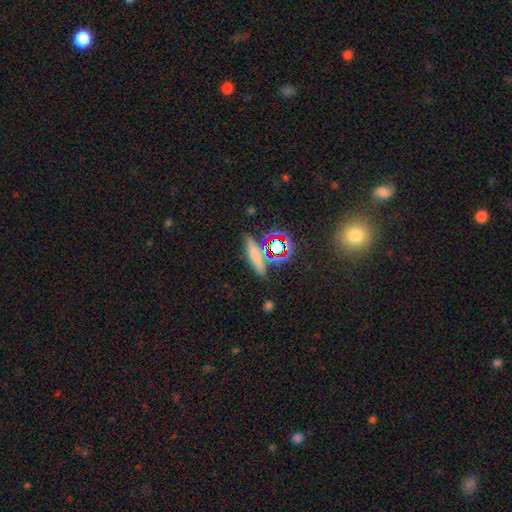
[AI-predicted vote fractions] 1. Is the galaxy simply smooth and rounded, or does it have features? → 60% smooth, 21% star or artifact, 19% featured or disk.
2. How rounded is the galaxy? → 72% cigar-shaped, 20% in between, 8% round.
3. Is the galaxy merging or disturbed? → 78% none, 12% minor disturbance, 7% merger, 4% major disturbance.